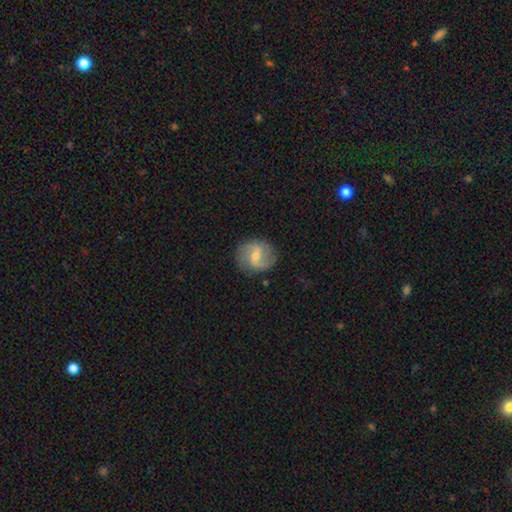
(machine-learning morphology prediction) Q: Smooth or featured?
A: featured or disk (77%); runner-up: smooth (17%)
Q: Edge-on disk?
A: no (97%); runner-up: yes (3%)
Q: Bar?
A: weak (54%); runner-up: strong (23%)
Q: Spiral arms?
A: yes (93%); runner-up: no (7%)
Q: Spiral winding?
A: medium (46%); runner-up: loose (37%)
Q: Spiral arm count?
A: 2 (88%); runner-up: can't tell (5%)
Q: Bulge size?
A: small (51%); runner-up: moderate (44%)
Q: Merging?
A: none (83%); runner-up: minor disturbance (12%)